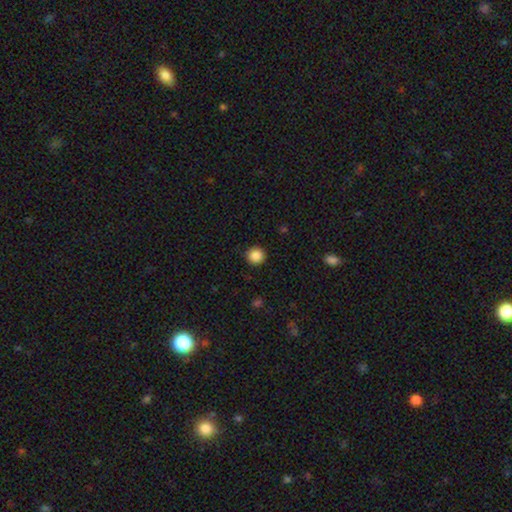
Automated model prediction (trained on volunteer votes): This appears to be a smooth galaxy with no disk features (87%) that is round (94%). Merging: none (92%).